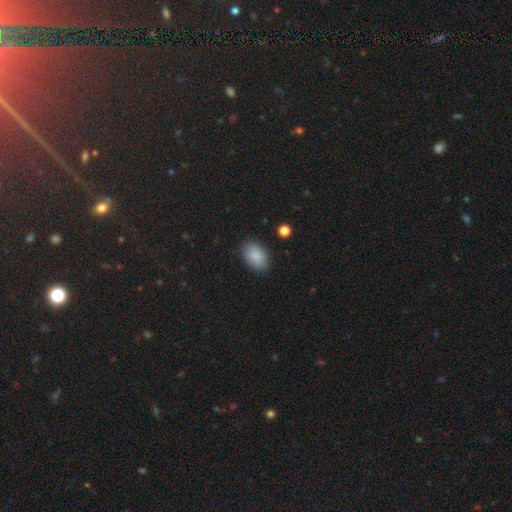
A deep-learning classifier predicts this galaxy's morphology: Q: Smooth or featured?
A: smooth (88%); runner-up: star or artifact (7%)
Q: How rounded?
A: in between (88%); runner-up: round (10%)
Q: Merging?
A: none (87%); runner-up: minor disturbance (10%)